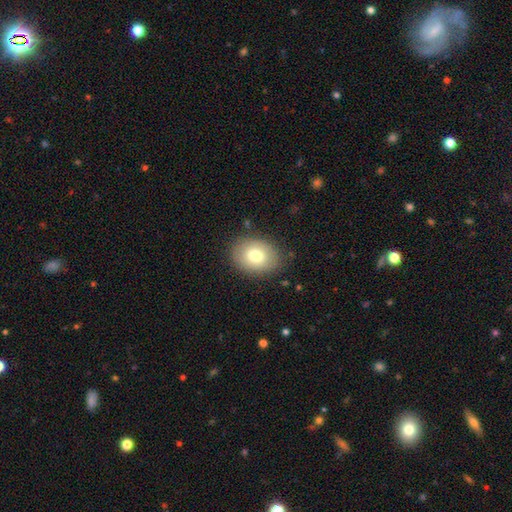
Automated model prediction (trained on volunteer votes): Overall: smooth (76%). How rounded: in between (68%; round 31%). Merging: none (82%).